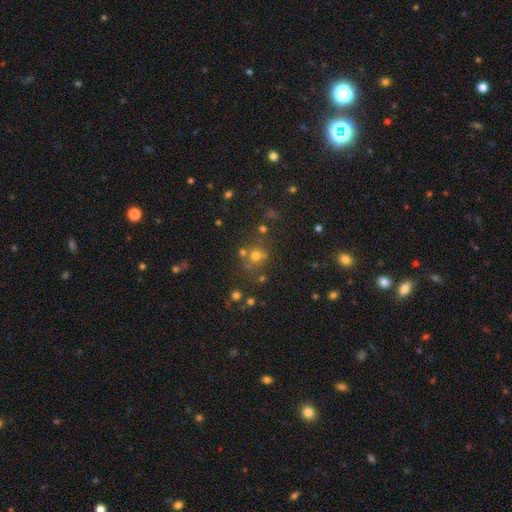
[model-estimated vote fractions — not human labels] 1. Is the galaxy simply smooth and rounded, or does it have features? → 63% smooth, 25% star or artifact, 12% featured or disk.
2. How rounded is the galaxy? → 84% round, 15% in between, 1% cigar-shaped.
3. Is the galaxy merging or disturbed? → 64% none, 18% merger, 12% minor disturbance, 6% major disturbance.